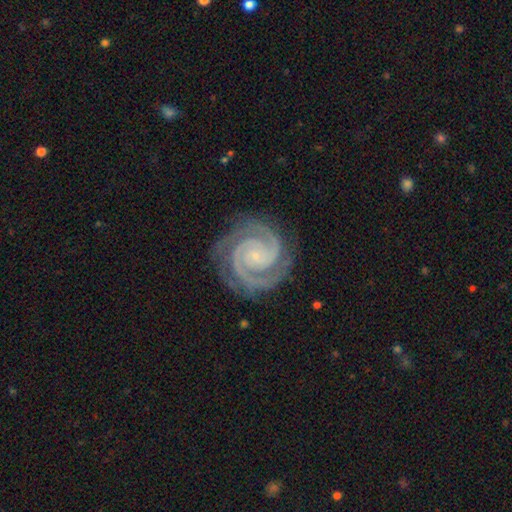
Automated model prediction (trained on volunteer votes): Smooth or featured: featured or disk — 94% (star or artifact — 4%)
Edge-on disk: no — 98% (yes — 2%)
Bar: no — 68% (weak — 21%)
Spiral arms: yes — 99% (no — 1%)
Spiral winding: tight — 80% (medium — 19%)
Spiral arm count: 2 — 83% (3 — 9%)
Bulge size: small — 83% (moderate — 8%)
Merging: none — 84% (minor disturbance — 11%)